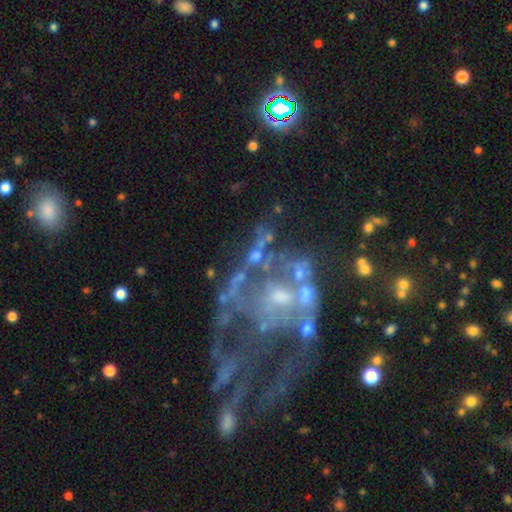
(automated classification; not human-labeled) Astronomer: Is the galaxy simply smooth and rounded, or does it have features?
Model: featured or disk — 49% (runner-up: smooth, 28%).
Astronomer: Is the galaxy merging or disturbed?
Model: merger — 35% (runner-up: none, 28%).